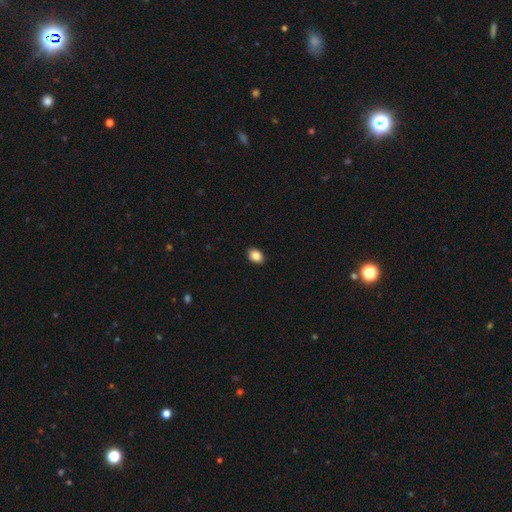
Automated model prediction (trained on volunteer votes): Smooth or featured: smooth — 87% (star or artifact — 9%)
How rounded: in between — 72% (round — 26%)
Merging: none — 90% (minor disturbance — 7%)